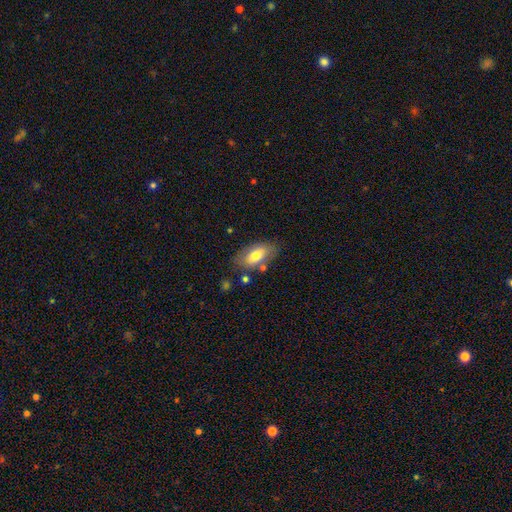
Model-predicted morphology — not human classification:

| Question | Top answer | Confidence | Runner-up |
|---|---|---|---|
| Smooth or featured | smooth | 73% | featured or disk (20%) |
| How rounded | in between | 89% | cigar-shaped (7%) |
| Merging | none | 73% | minor disturbance (17%) |